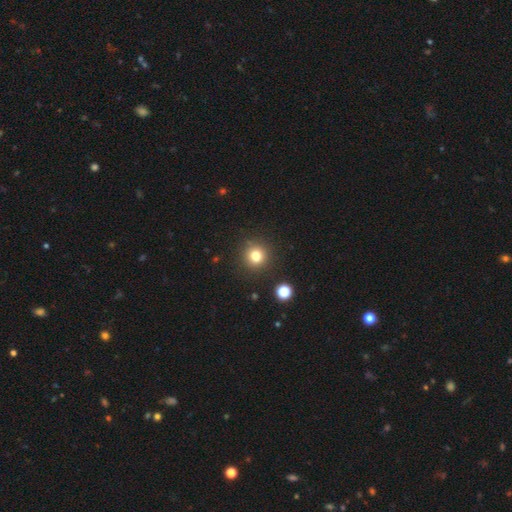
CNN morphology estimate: A smooth galaxy with no disk features (79%) that is round (91%).

Vote fractions:
- Smooth or featured? smooth: 79% / star or artifact: 14% / featured or disk: 7%
- How rounded? round: 91% / in between: 8% / cigar-shaped: 1%
- Merging? none: 88% / minor disturbance: 7% / major disturbance: 3% / merger: 2%